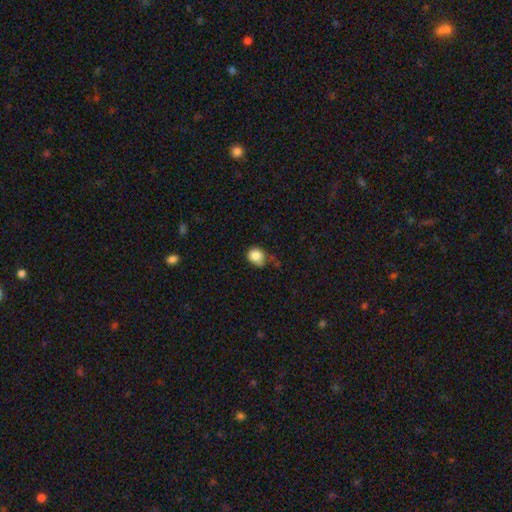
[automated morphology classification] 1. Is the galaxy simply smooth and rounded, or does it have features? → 85% smooth, 10% star or artifact, 6% featured or disk.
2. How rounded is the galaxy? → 75% round, 24% in between, 1% cigar-shaped.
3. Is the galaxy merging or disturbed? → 54% none, 32% minor disturbance, 8% major disturbance, 5% merger.